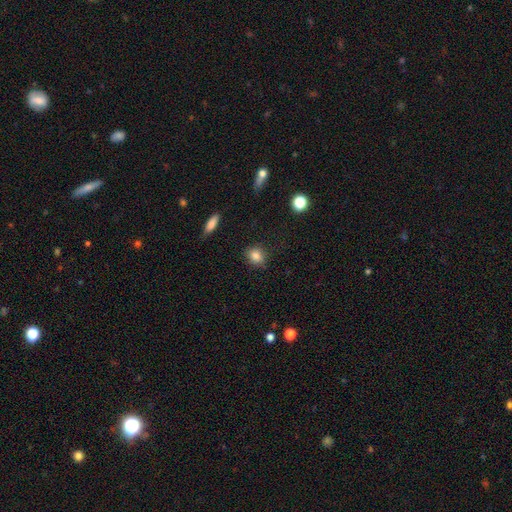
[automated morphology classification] smooth 85%, star or artifact 10%, featured or disk 5%. Down the decision tree: how rounded — round (60%); merging — none (83%).